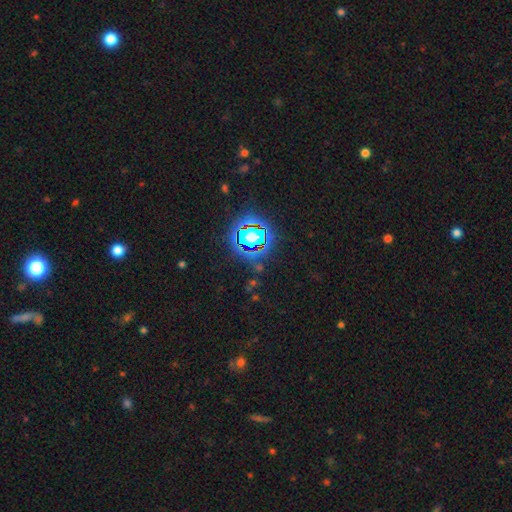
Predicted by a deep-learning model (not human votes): Overall: star or artifact (84%).